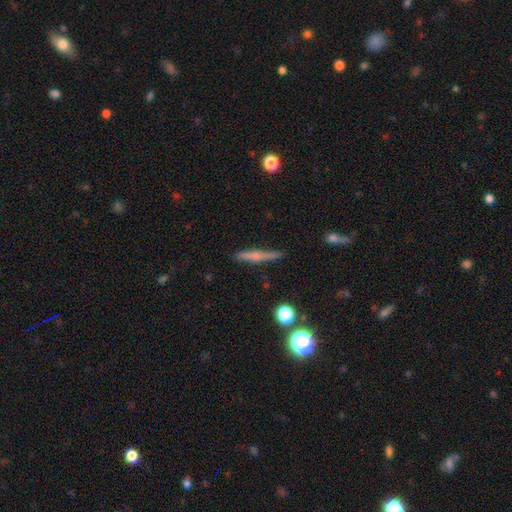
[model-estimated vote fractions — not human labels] This is possibly a smooth galaxy (48%). Merging: clearly none (83%).